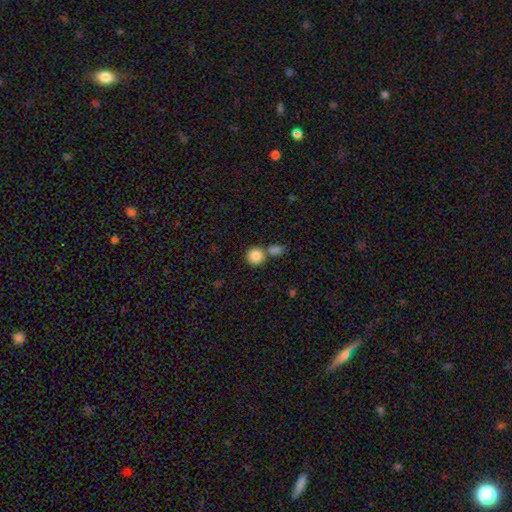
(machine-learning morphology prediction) Smooth or featured? smooth (85%)
How rounded? round (91%)
Merging? none (64%)